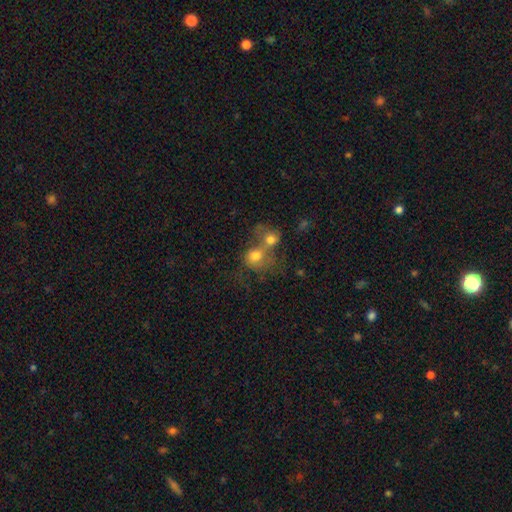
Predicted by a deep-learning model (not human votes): This is likely a smooth galaxy (71%). How rounded: likely round (68%). Merging: likely merger (70%).